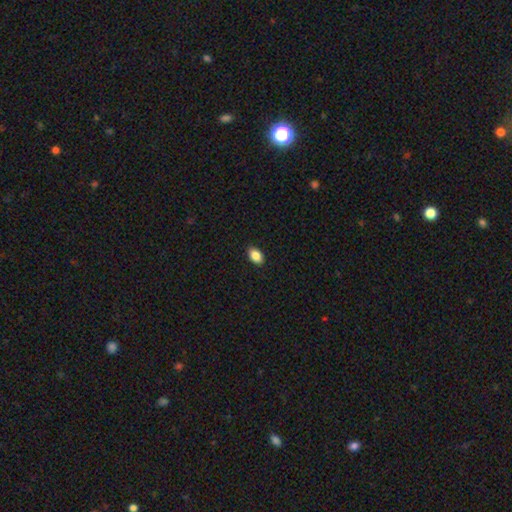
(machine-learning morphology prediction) A smooth galaxy with no disk features (88%) that is in between round and cigar-shaped (90%). Merging: none (90%).